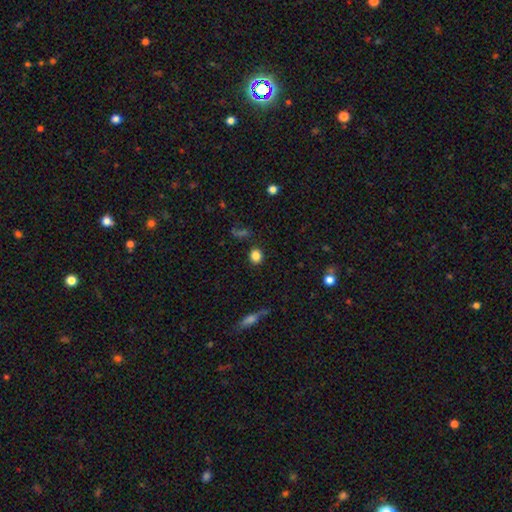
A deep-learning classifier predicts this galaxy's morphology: The model was most divided on "how rounded": round: 75%, in between: 24%, cigar-shaped: 1%. More confident: merging — none (87%); smooth or featured — smooth (84%).